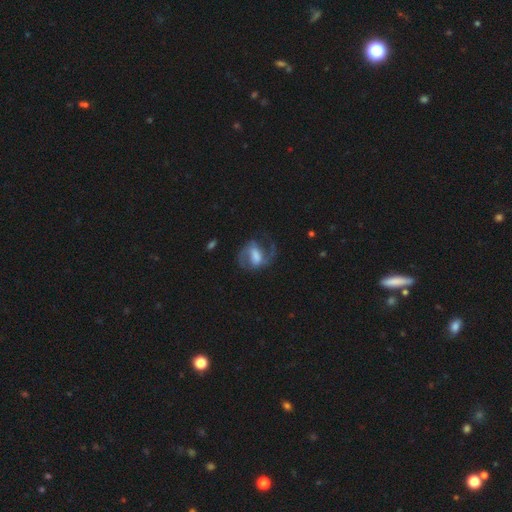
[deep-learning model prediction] A featured or disk galaxy (79%) with a weak bar (46%), 2 (86%) medium (53%) spiral arms (93%) and a large central bulge (32%). Merging: none (60%).